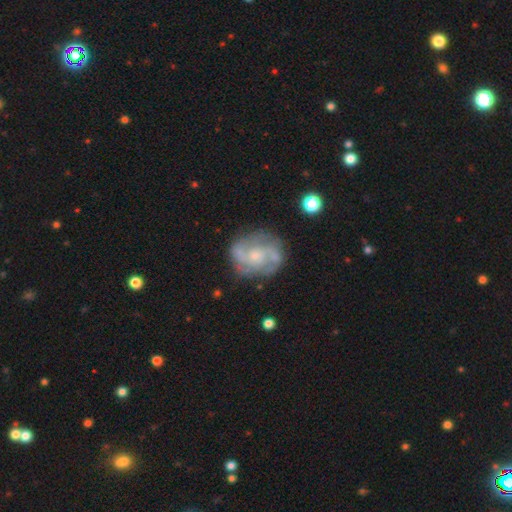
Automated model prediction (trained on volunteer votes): Smooth or featured?
  - featured or disk: 81% *
  - smooth: 13%
  - star or artifact: 7%
Edge-on disk?
  - no: 98% *
  - yes: 2%
Bar?
  - no: 65% *
  - weak: 29%
  - strong: 5%
Spiral arms?
  - yes: 91% *
  - no: 9%
Spiral winding?
  - medium: 47% *
  - tight: 35%
  - loose: 18%
Spiral arm count?
  - 2: 43% *
  - 3: 23%
  - can't tell: 21%
  - 4: 6%
  - 1: 4%
  - more than 4: 4%
Bulge size?
  - small: 55% *
  - moderate: 35%
  - none: 6%
  - large: 2%
  - dominant: 1%
Merging?
  - none: 74% *
  - minor disturbance: 16%
  - major disturbance: 7%
  - merger: 3%